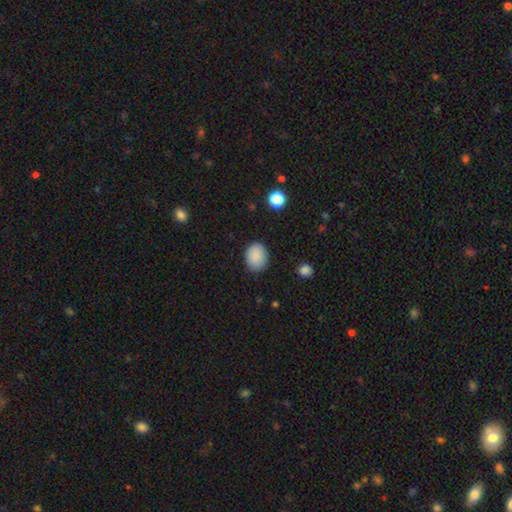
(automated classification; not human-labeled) Q: Smooth or featured?
A: smooth (88%); runner-up: star or artifact (8%)
Q: How rounded?
A: in between (57%); runner-up: round (42%)
Q: Merging?
A: none (85%); runner-up: minor disturbance (11%)